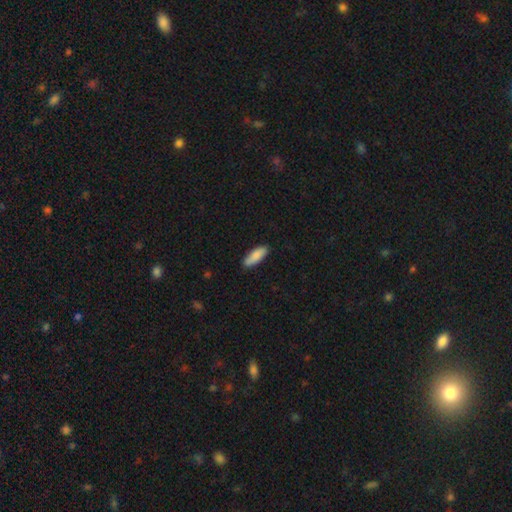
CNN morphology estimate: smooth 86%, featured or disk 9%, star or artifact 5%. Down the decision tree: how rounded — in between (63%); merging — none (84%).